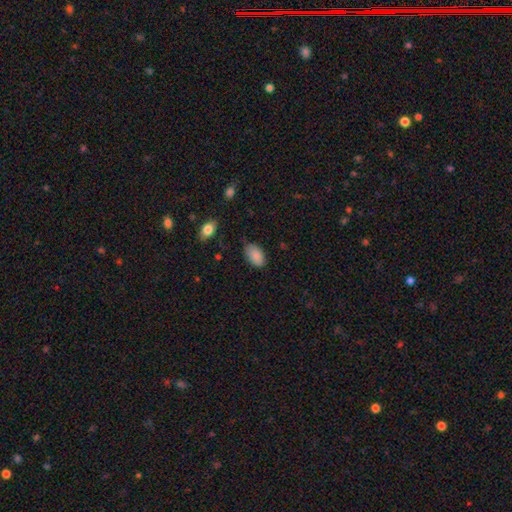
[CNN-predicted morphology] A smooth galaxy with no disk features (87%) that is in between round and cigar-shaped (93%).

Vote fractions:
- Smooth or featured? smooth: 87% / star or artifact: 7% / featured or disk: 6%
- How rounded? in between: 93% / round: 6% / cigar-shaped: 1%
- Merging? none: 76% / minor disturbance: 19% / major disturbance: 3% / merger: 1%